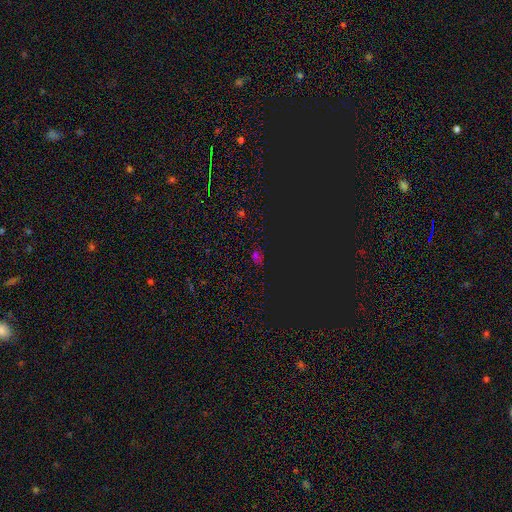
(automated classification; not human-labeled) This is possibly a star or artifact rather than a galaxy (59%).